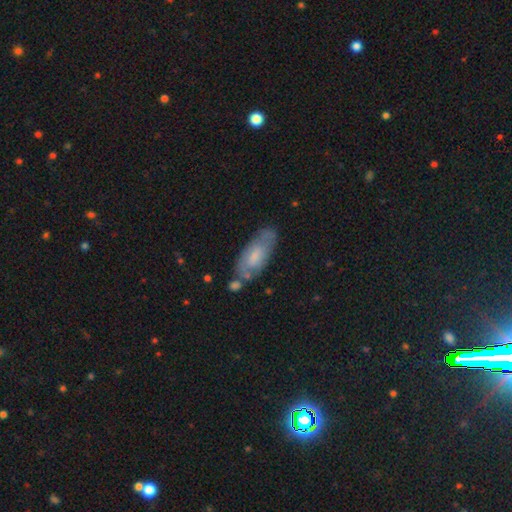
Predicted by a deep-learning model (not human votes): Smooth or featured? smooth (59%)
How rounded? in between (78%)
Merging? none (60%)